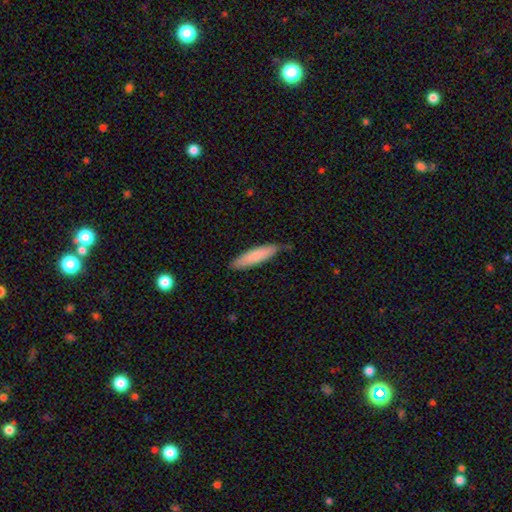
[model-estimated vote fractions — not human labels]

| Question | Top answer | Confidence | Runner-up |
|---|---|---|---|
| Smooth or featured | smooth | 81% | featured or disk (13%) |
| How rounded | cigar-shaped | 76% | in between (23%) |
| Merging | none | 79% | minor disturbance (17%) |